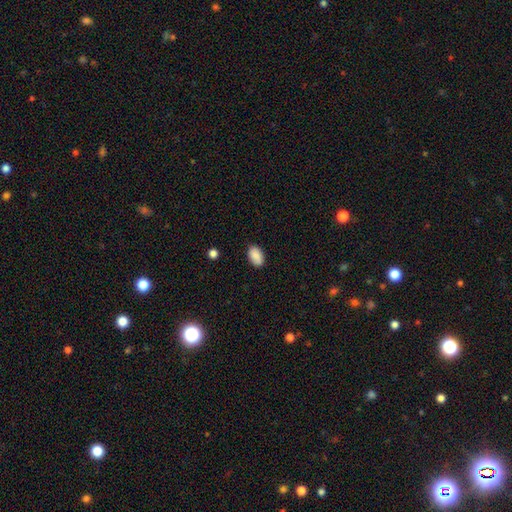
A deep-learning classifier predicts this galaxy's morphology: type=smooth (88%); roundness=in between (92%); merging=none (86%).